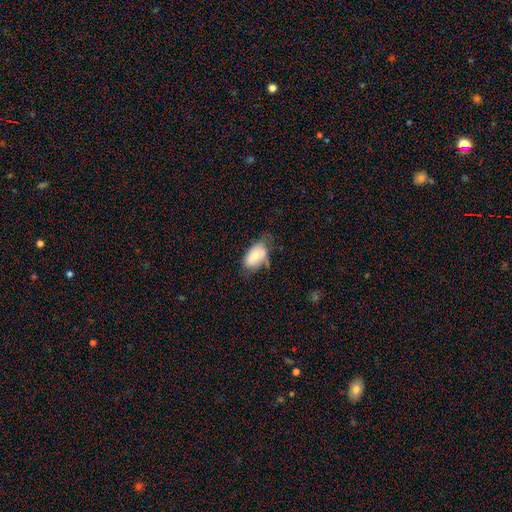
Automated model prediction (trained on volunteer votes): This appears to be a smooth galaxy with no disk features (69%) that is in between round and cigar-shaped (92%). Merging: none (48%).